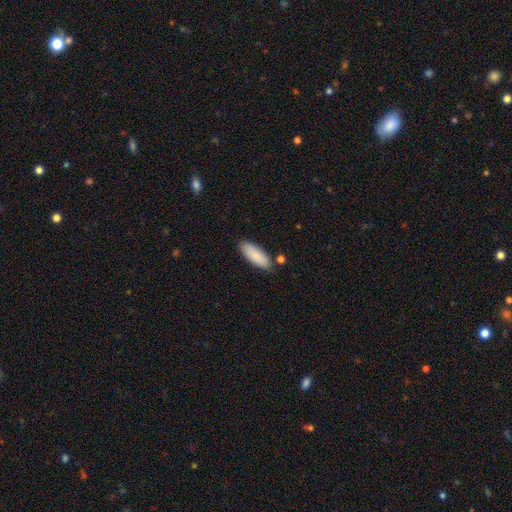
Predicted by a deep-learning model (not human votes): Smooth or featured?
  - smooth: 88% *
  - featured or disk: 6%
  - star or artifact: 6%
How rounded?
  - in between: 69% *
  - cigar-shaped: 29%
  - round: 2%
Merging?
  - none: 82% *
  - minor disturbance: 12%
  - merger: 3%
  - major disturbance: 2%